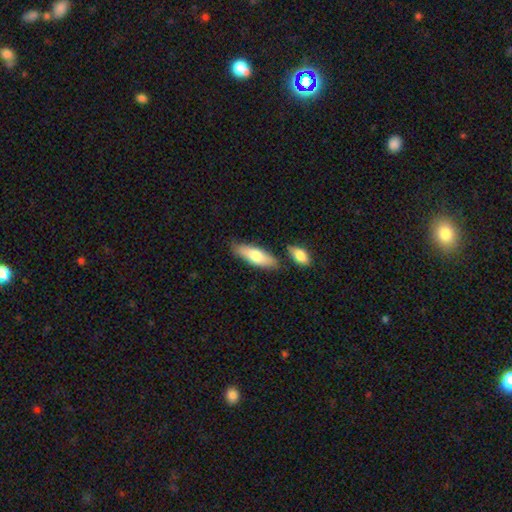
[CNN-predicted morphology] smooth-or-featured: smooth: 73% | featured or disk: 22% | star or artifact: 5%
  how-rounded: in between: 57% | cigar-shaped: 41% | round: 2%
  merging: none: 74% | minor disturbance: 14% | merger: 9% | major disturbance: 3%